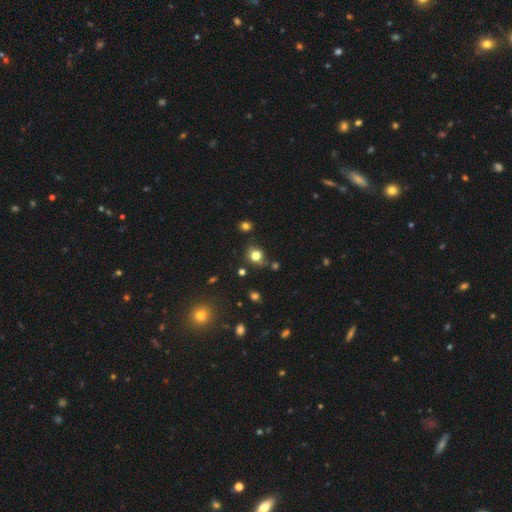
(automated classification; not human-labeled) Smooth or featured?
  - smooth: 76% *
  - star or artifact: 15%
  - featured or disk: 8%
How rounded?
  - round: 73% *
  - in between: 26%
  - cigar-shaped: 1%
Merging?
  - none: 70% *
  - minor disturbance: 18%
  - merger: 6%
  - major disturbance: 5%